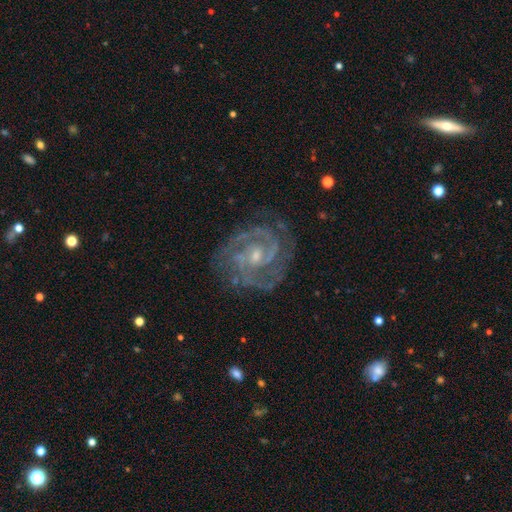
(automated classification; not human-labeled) Overall: featured or disk (92%). Edge-on disk: no (98%). Bar: weak (47%; no 39%). Spiral arms: yes (98%). Spiral arm count: 2 (58%; 3 21%). Spiral winding: tight (59%; medium 36%). Bulge size: small (60%; moderate 34%). Merging: none (77%).